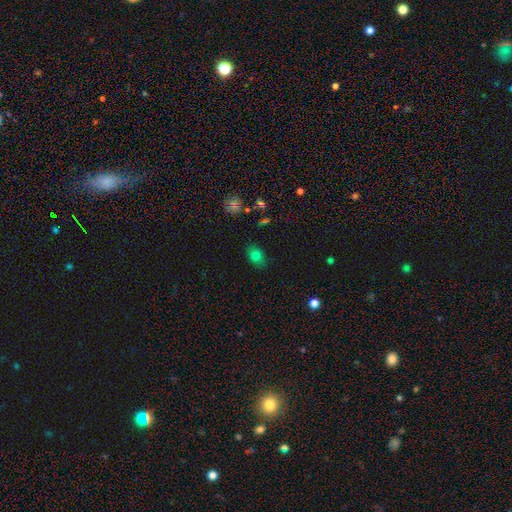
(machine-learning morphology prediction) Q: Smooth or featured?
A: smooth (74%); runner-up: star or artifact (16%)
Q: How rounded?
A: in between (62%); runner-up: round (36%)
Q: Merging?
A: none (81%); runner-up: minor disturbance (14%)